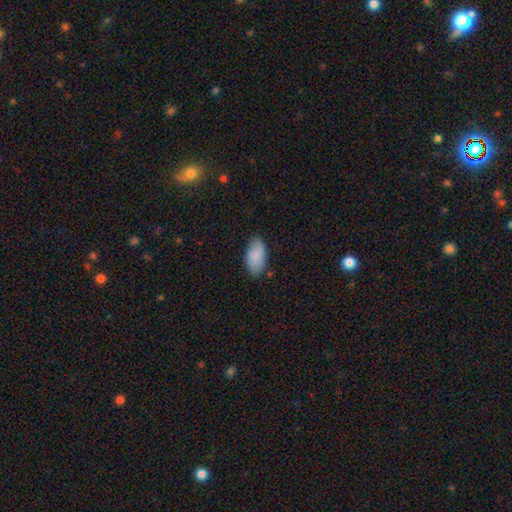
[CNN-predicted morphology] This appears to be a smooth galaxy with no disk features (87%) that is in between round and cigar-shaped (95%). Merging: none (78%).